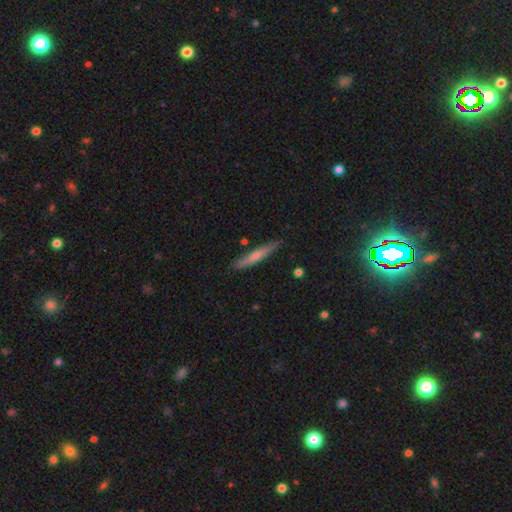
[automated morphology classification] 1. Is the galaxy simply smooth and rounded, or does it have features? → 48% smooth, 45% featured or disk, 6% star or artifact.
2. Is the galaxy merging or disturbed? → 87% none, 10% minor disturbance, 2% merger, 2% major disturbance.